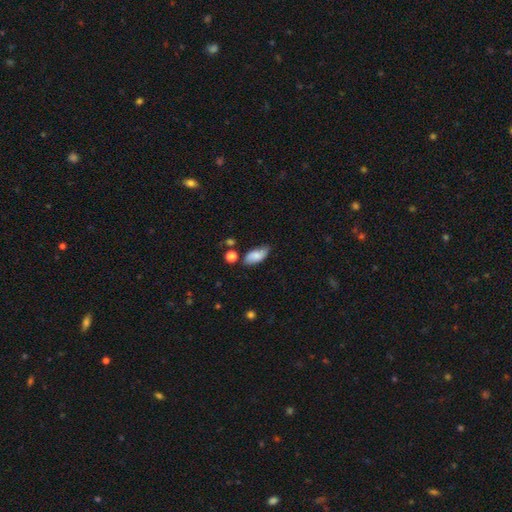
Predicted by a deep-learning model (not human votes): Smooth or featured: smooth — 75% (featured or disk — 18%)
How rounded: in between — 89% (cigar-shaped — 7%)
Merging: none — 68% (minor disturbance — 23%)